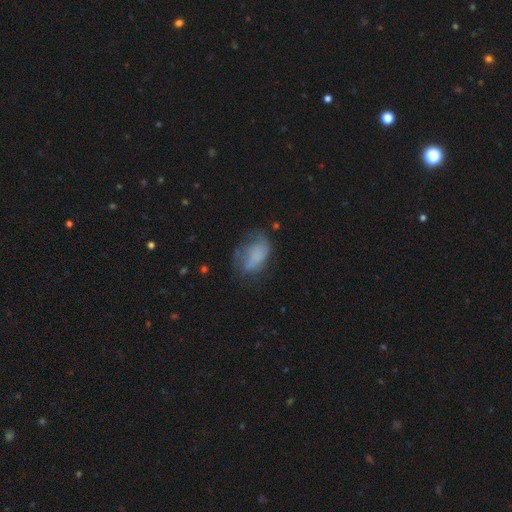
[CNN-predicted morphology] A smooth galaxy with no disk features (55%) that is in between round and cigar-shaped (86%). Merging: none (40%).